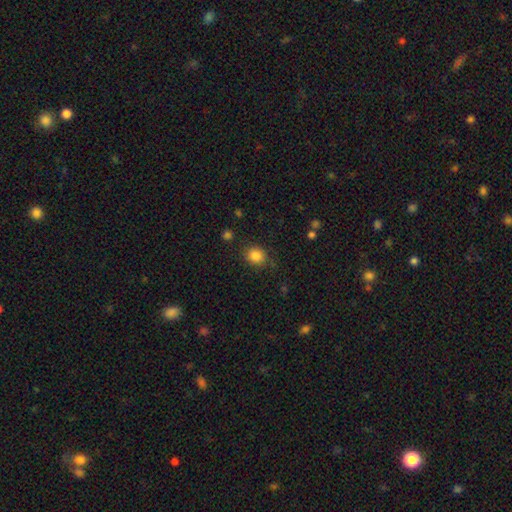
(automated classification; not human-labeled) Morphology: type=smooth (85%); roundness=round (74%); merging=none (82%).